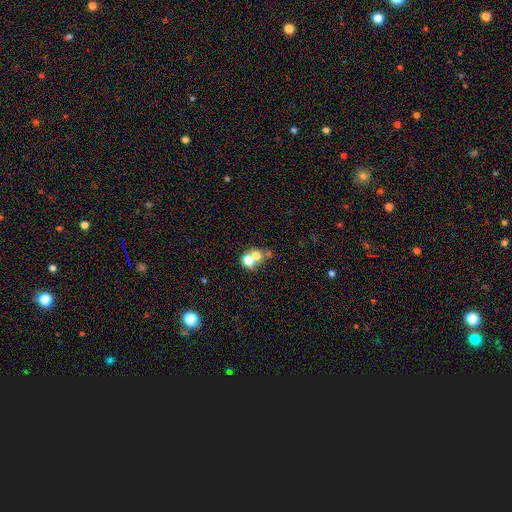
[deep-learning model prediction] This is likely a smooth galaxy (64%). How rounded: likely round (66%). Merging: possibly merger (59%).